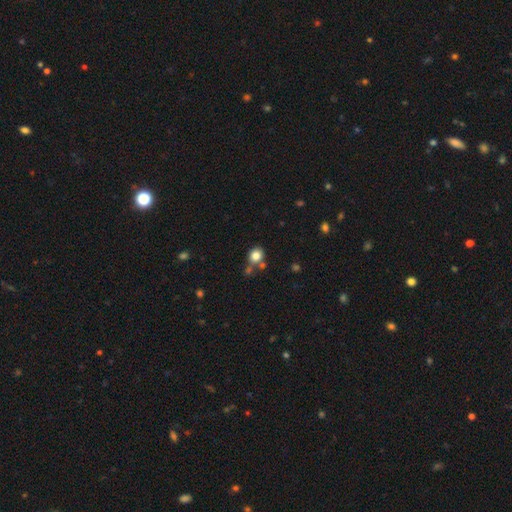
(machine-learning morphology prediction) This is clearly a smooth galaxy (82%). How rounded: likely round (77%). Merging: likely none (63%).